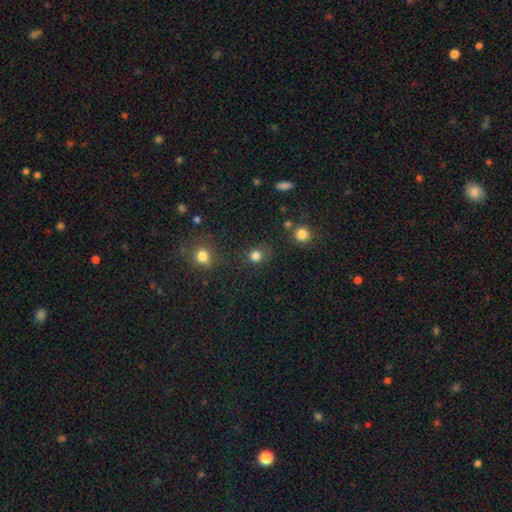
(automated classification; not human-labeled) The model was most divided on "smooth or featured": smooth: 81%, star or artifact: 15%, featured or disk: 4%. More confident: how rounded — round (85%); merging — none (81%).